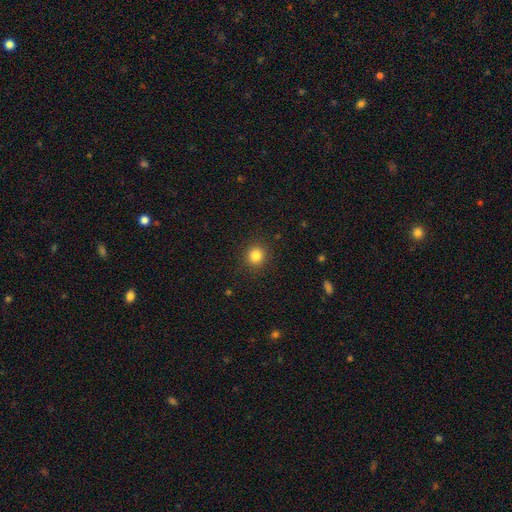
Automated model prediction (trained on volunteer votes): This appears to be a smooth galaxy with no disk features (84%) that is round (91%). Merging: none (91%).